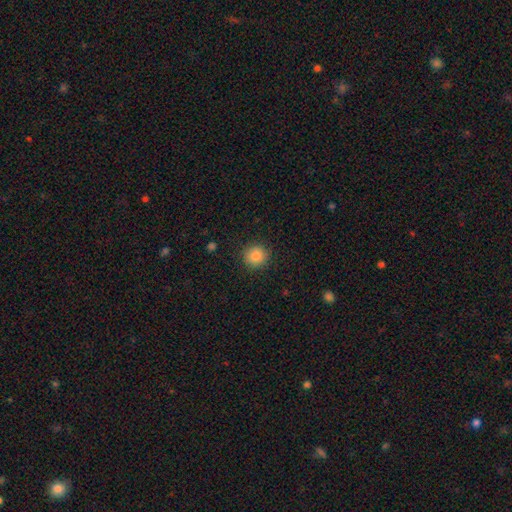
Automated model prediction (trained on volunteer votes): A smooth galaxy with no disk features (87%) that is round (90%). Merging: none (90%).